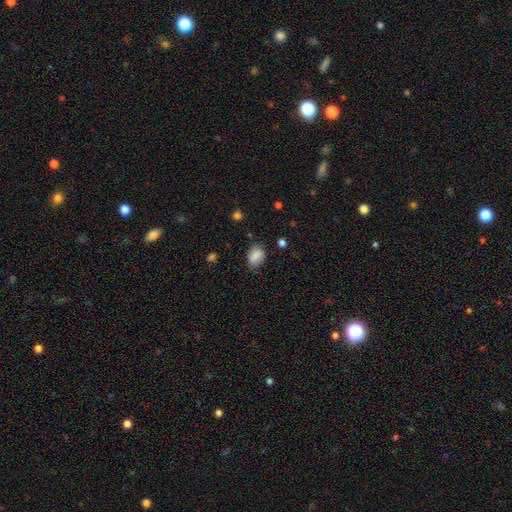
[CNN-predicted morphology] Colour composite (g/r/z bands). It shows a smooth galaxy with no disk features (84%) that is in between round and cigar-shaped (70%). Merging: none (70%).